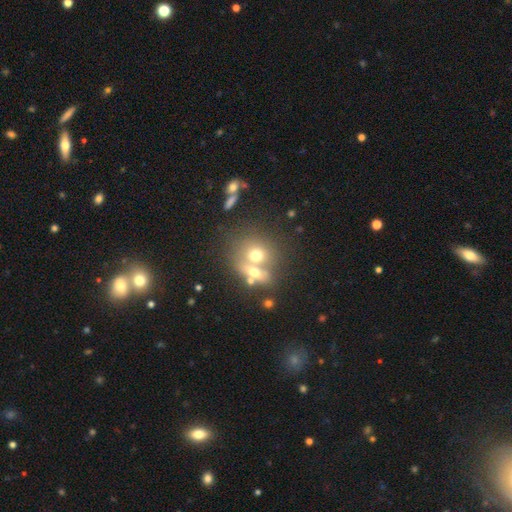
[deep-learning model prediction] Smooth or featured?
  - smooth: 47% *
  - star or artifact: 31%
  - featured or disk: 22%
Merging?
  - merger: 45% *
  - none: 42%
  - minor disturbance: 8%
  - major disturbance: 5%